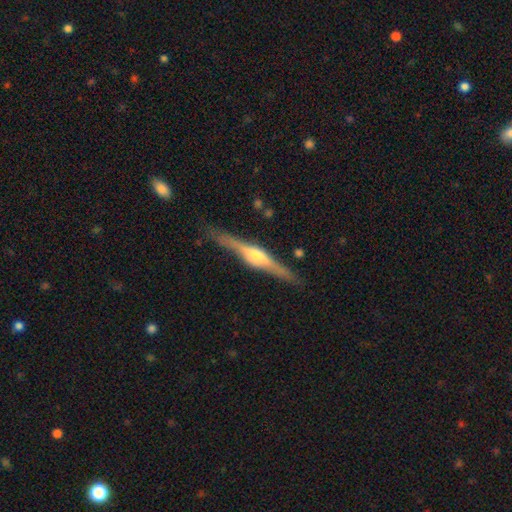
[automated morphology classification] This is likely a featured or disk galaxy (79%). It is clearly viewed edge-on (98%). Edge-on bulge: clearly rounded (80%). Merging: clearly none (87%).